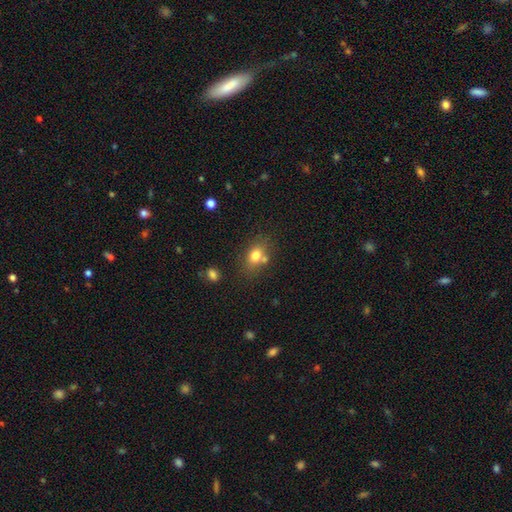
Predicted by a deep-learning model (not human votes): Smooth or featured?
  - smooth: 76% *
  - featured or disk: 13%
  - star or artifact: 11%
How rounded?
  - in between: 69% *
  - round: 29%
  - cigar-shaped: 2%
Merging?
  - none: 60% *
  - merger: 21%
  - minor disturbance: 14%
  - major disturbance: 5%